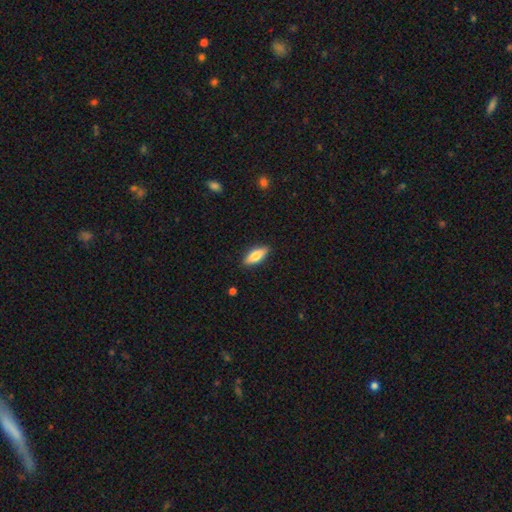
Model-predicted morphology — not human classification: Smooth or featured?
  - smooth: 73% *
  - featured or disk: 21%
  - star or artifact: 6%
How rounded?
  - in between: 66% *
  - cigar-shaped: 31%
  - round: 2%
Merging?
  - none: 89% *
  - minor disturbance: 8%
  - major disturbance: 2%
  - merger: 1%